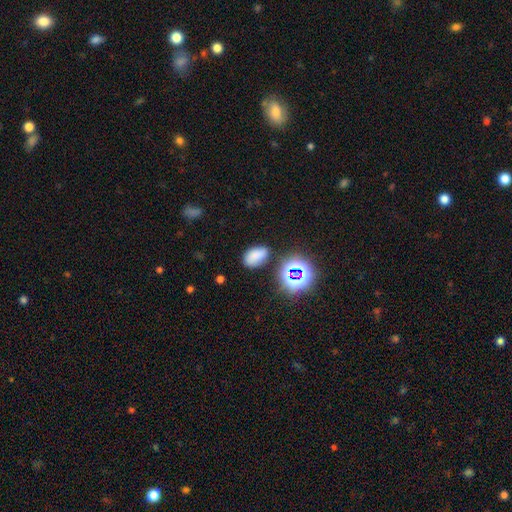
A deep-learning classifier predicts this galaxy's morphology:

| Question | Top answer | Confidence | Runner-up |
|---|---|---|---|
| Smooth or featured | smooth | 71% | star or artifact (21%) |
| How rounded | in between | 87% | round (11%) |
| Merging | none | 73% | minor disturbance (16%) |